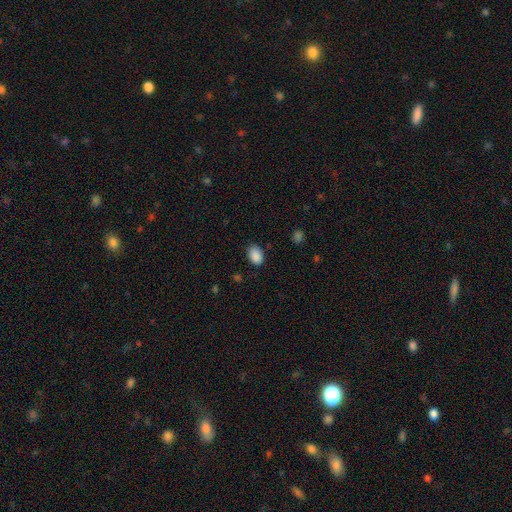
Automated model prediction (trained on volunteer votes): This appears to be a smooth galaxy with no disk features (89%) that is in between round and cigar-shaped (81%). Merging: none (84%).